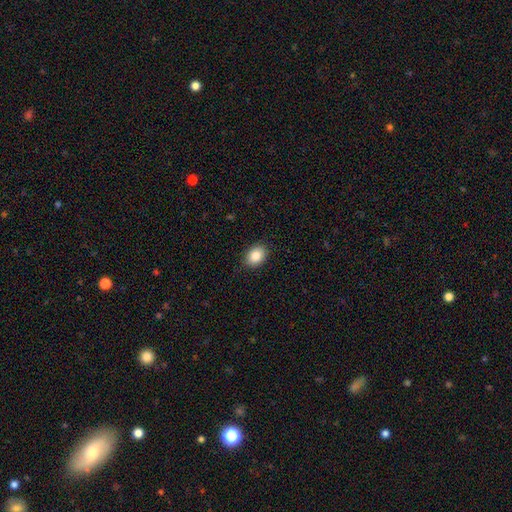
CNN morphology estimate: Smooth or featured?
  - smooth: 87% *
  - star or artifact: 8%
  - featured or disk: 5%
How rounded?
  - in between: 68% *
  - round: 31%
  - cigar-shaped: 1%
Merging?
  - none: 87% *
  - minor disturbance: 10%
  - major disturbance: 2%
  - merger: 1%